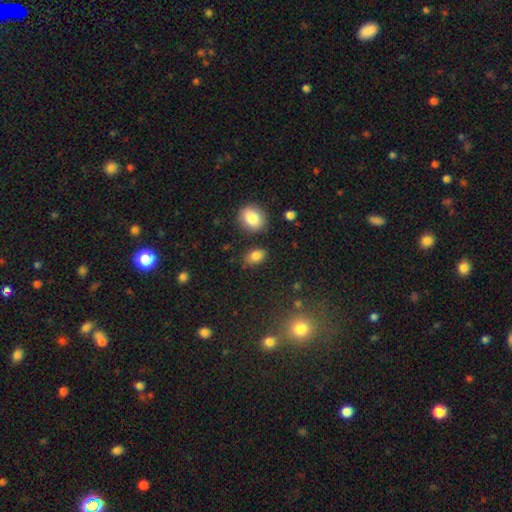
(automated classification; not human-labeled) A smooth galaxy with no disk features (84%) that is in between round and cigar-shaped (80%). Merging: none (82%).